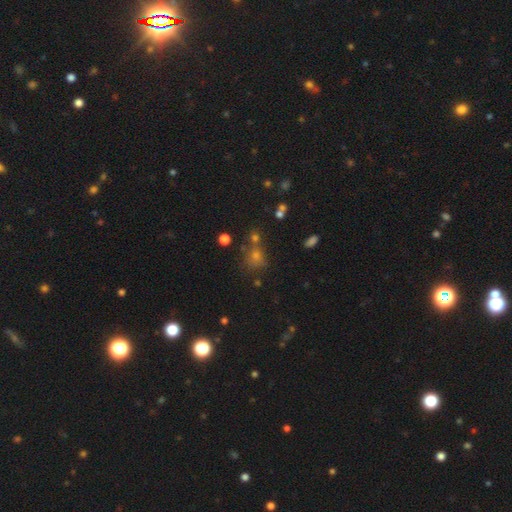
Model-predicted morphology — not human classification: The model was most divided on "smooth or featured": smooth: 49%, star or artifact: 40%, featured or disk: 11%. More confident: merging — none (67%).